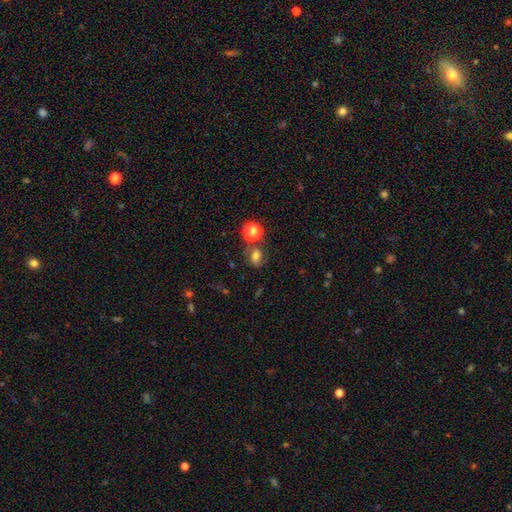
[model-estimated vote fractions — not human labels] This appears to be a smooth galaxy with no disk features (60%) that is round (54%). Merging: none (64%).